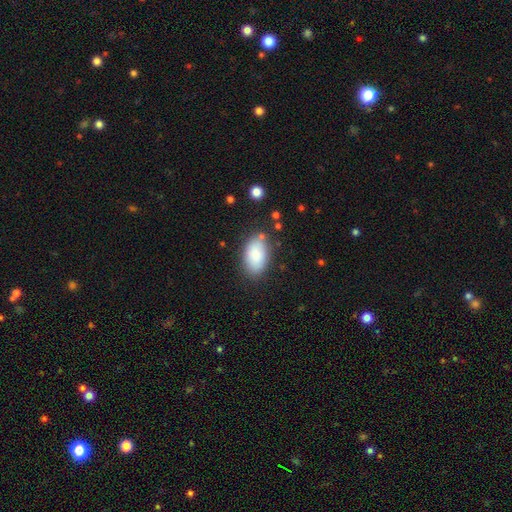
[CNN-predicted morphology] A smooth galaxy with no disk features (85%) that is in between round and cigar-shaped (93%). Merging: none (79%).